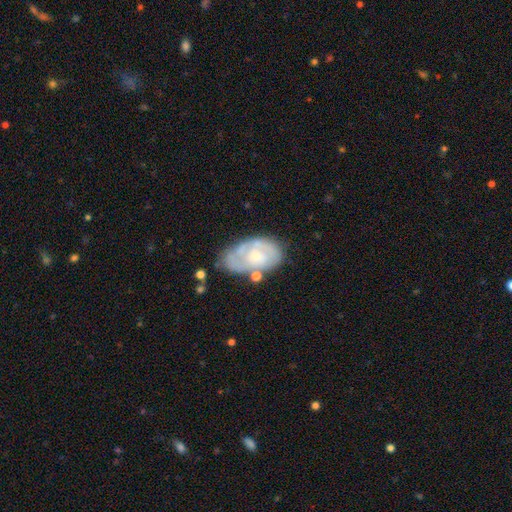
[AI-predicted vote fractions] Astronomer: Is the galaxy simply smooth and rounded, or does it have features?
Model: featured or disk — 68%.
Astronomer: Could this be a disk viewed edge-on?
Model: no — 96%.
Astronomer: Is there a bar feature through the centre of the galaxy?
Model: no — 74%.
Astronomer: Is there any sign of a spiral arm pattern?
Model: yes — 73%.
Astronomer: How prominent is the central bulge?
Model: small — 55% (runner-up: moderate, 31%).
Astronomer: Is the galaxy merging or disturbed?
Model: none — 57%.